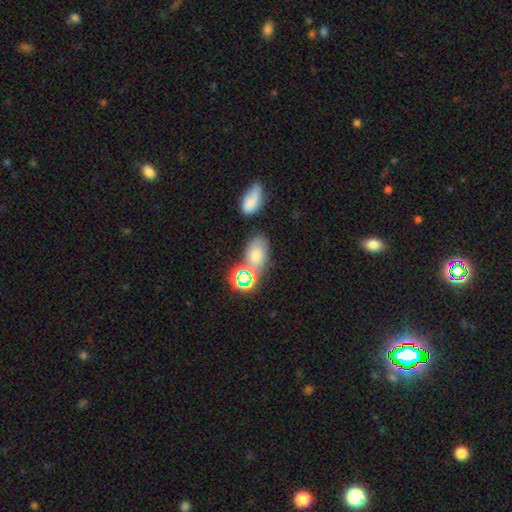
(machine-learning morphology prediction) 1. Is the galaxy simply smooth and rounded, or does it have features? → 58% smooth, 26% star or artifact, 16% featured or disk.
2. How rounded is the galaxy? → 80% in between, 18% round, 3% cigar-shaped.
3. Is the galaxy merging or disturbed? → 58% none, 20% merger, 16% minor disturbance, 7% major disturbance.